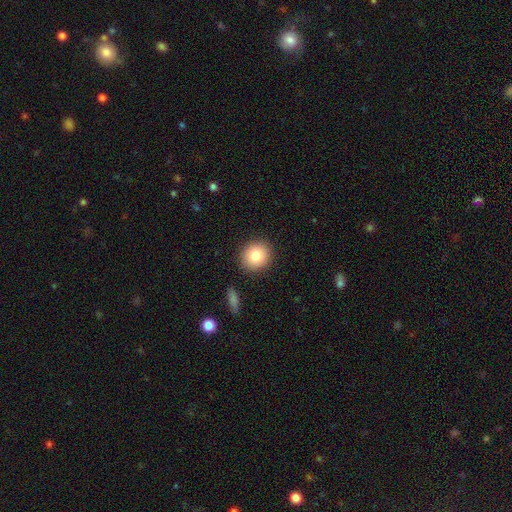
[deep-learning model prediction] smooth 84%, star or artifact 8%, featured or disk 8%. Down the decision tree: how rounded — round (83%); merging — none (89%).